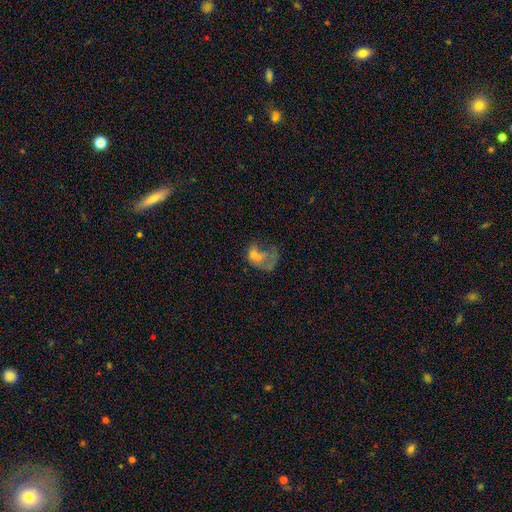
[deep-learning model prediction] This is marginally a featured or disk galaxy (44%). Merging: marginally major disturbance (39%).